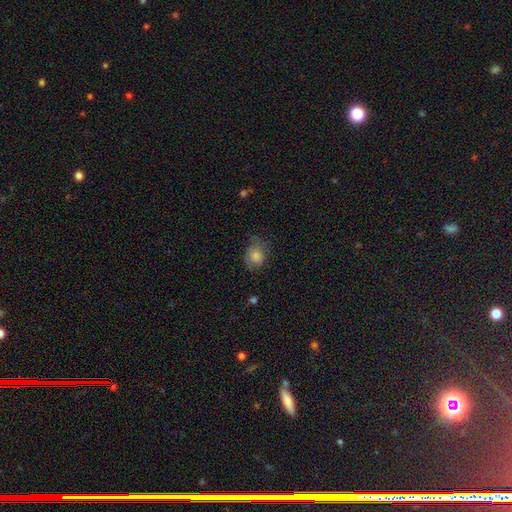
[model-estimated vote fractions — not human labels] smooth 69%, featured or disk 19%, star or artifact 12%. Down the decision tree: how rounded — round (58%); merging — none (60%).